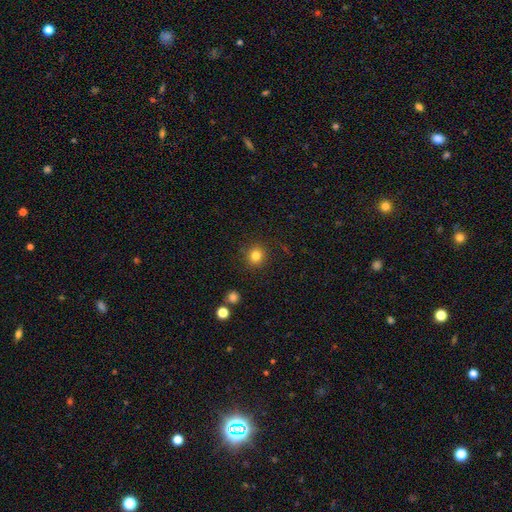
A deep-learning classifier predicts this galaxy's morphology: smooth-or-featured: smooth: 82% | star or artifact: 12% | featured or disk: 6%
  how-rounded: round: 88% | in between: 11% | cigar-shaped: 1%
  merging: none: 89% | minor disturbance: 7% | major disturbance: 3% | merger: 2%